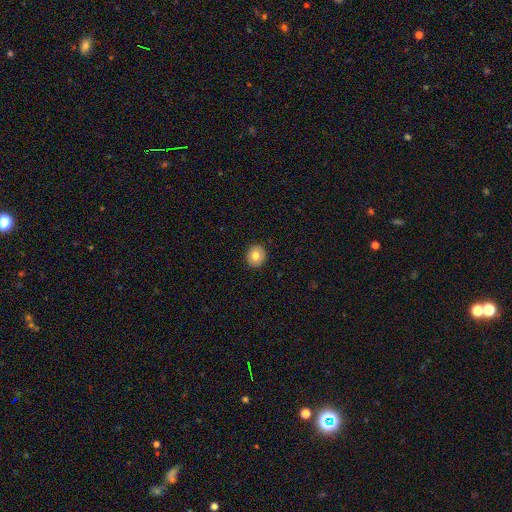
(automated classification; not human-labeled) Morphology: type=smooth (77%); roundness=round (87%); merging=none (91%).